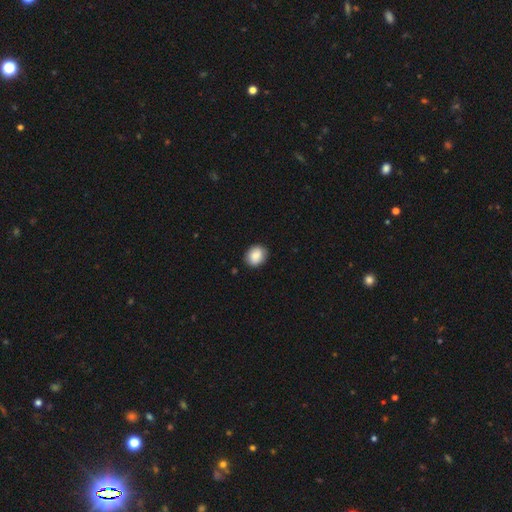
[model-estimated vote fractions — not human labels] This is clearly a smooth galaxy (85%). How rounded: possibly round (58%). Merging: clearly none (87%).